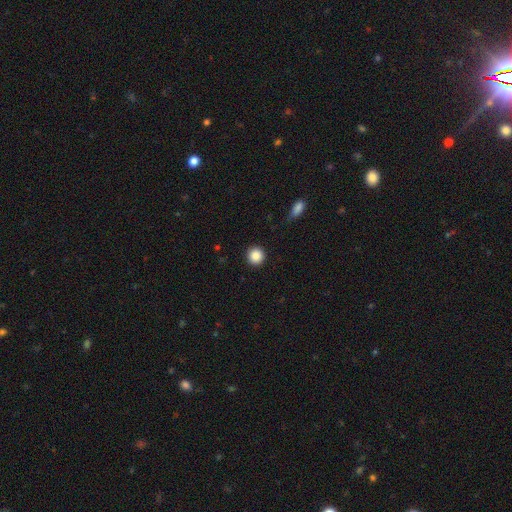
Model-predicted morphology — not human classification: A smooth galaxy with no disk features (88%) that is round (95%).

Vote fractions:
- Smooth or featured? smooth: 88% / star or artifact: 9% / featured or disk: 3%
- How rounded? round: 95% / in between: 4% / cigar-shaped: 1%
- Merging? none: 91% / minor disturbance: 6% / major disturbance: 2% / merger: 1%